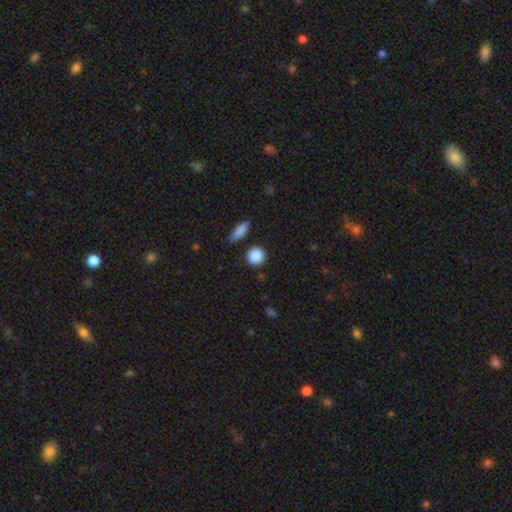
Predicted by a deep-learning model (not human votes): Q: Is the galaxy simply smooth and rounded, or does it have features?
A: smooth — 88%.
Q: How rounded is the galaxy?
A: round — 87%.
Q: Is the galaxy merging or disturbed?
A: none — 84%.